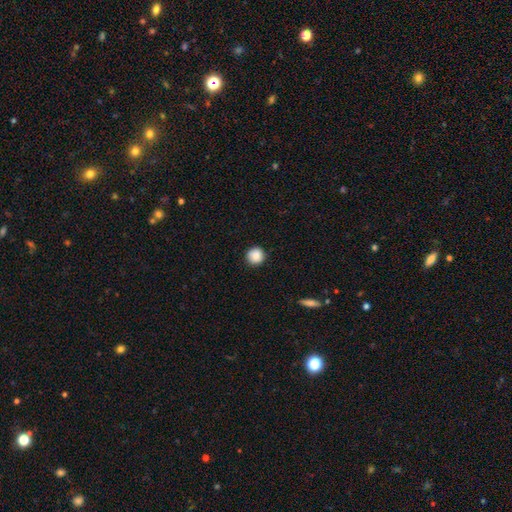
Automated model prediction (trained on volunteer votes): Smooth or featured? smooth (87%)
How rounded? round (94%)
Merging? none (91%)